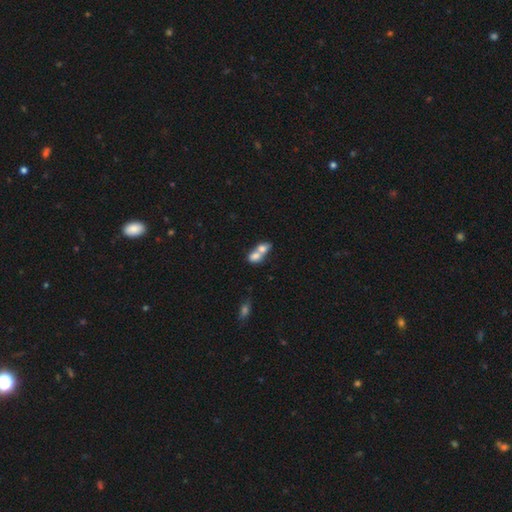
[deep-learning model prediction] This is likely a smooth galaxy (71%). How rounded: likely in between (62%). Merging: likely merger (77%).